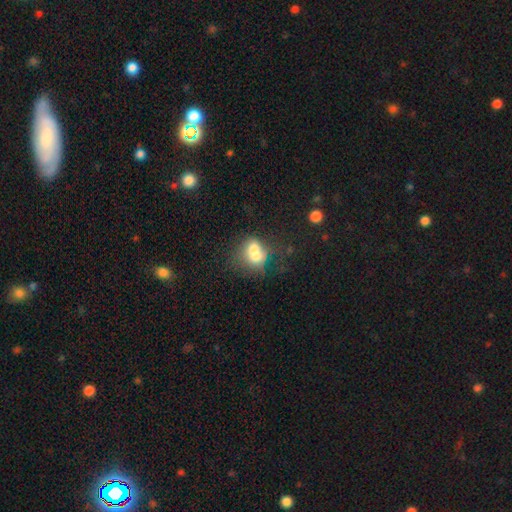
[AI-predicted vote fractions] smooth-or-featured: smooth: 63% | featured or disk: 25% | star or artifact: 11%
  how-rounded: round: 52% | in between: 47% | cigar-shaped: 2%
  merging: merger: 58% | none: 23% | minor disturbance: 11% | major disturbance: 8%